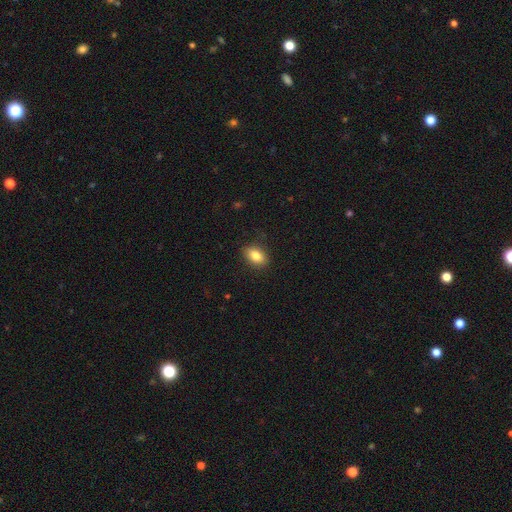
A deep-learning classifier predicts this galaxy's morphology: Smooth or featured? Predicted: smooth (p=0.84). How rounded? Predicted: in between (p=0.86). Merging? Predicted: none (p=0.86).